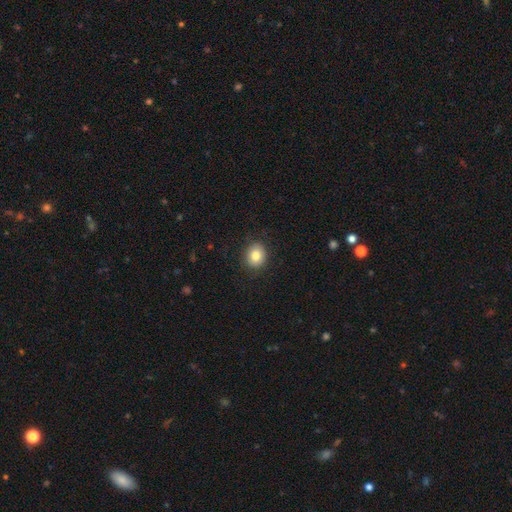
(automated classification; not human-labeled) Overall: smooth (83%). How rounded: round (65%; in between 34%). Merging: none (87%).